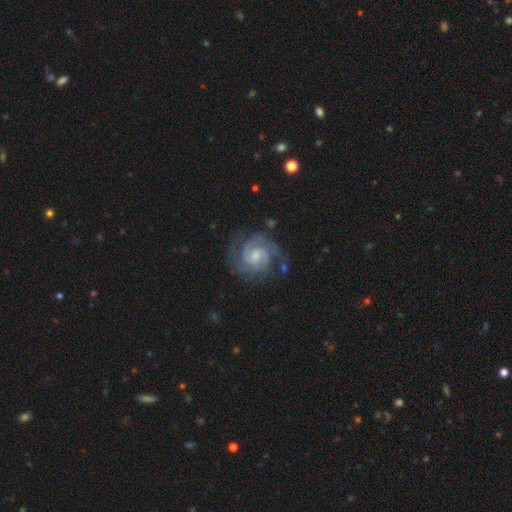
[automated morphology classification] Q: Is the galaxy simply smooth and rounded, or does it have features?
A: featured or disk — 86%.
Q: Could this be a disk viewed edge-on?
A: no — 98%.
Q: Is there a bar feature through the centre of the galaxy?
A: no — 52%.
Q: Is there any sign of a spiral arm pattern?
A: yes — 97%.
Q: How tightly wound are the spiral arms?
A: tight — 61%.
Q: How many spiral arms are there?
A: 2 — 52%.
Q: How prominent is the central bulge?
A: small — 42%.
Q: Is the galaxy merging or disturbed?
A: none — 73%.